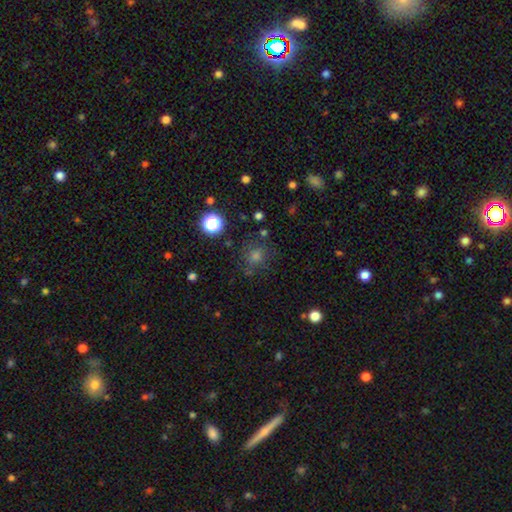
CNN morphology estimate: Smooth or featured? smooth (59%)
How rounded? round (88%)
Merging? none (79%)